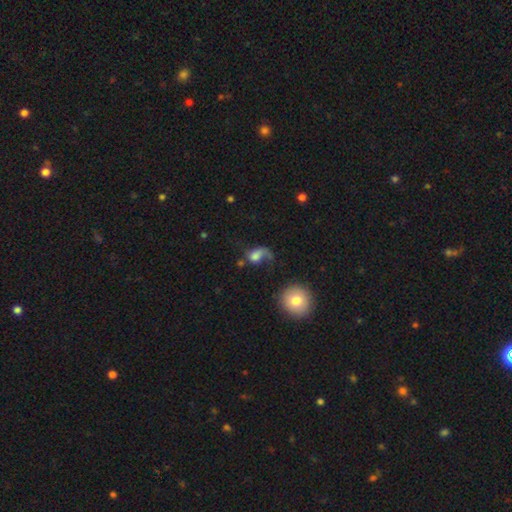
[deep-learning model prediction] Smooth or featured? smooth (55%)
How rounded? in between (55%)
Merging? major disturbance (52%)